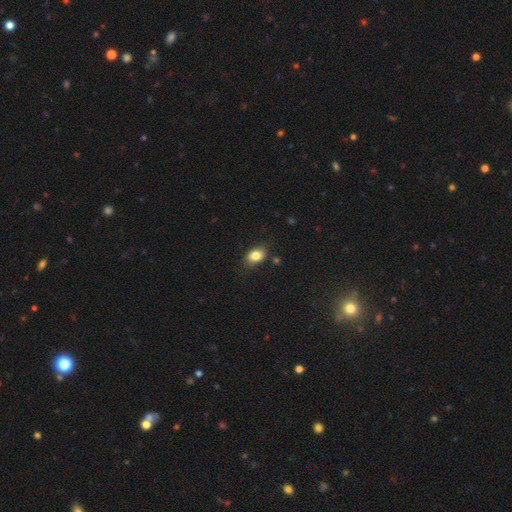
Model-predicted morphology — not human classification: Smooth or featured? smooth (84%)
How rounded? in between (80%)
Merging? none (80%)